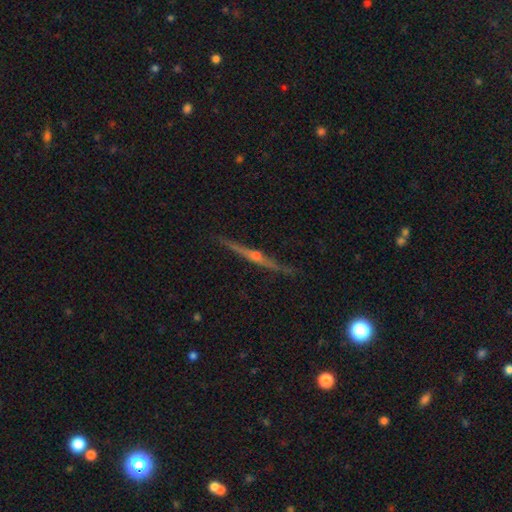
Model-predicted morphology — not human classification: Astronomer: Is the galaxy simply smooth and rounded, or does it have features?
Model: featured or disk — 84%.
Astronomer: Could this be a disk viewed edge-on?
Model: yes — 98%.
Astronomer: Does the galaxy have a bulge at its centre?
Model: rounded — 91%.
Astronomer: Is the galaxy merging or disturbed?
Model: none — 89%.